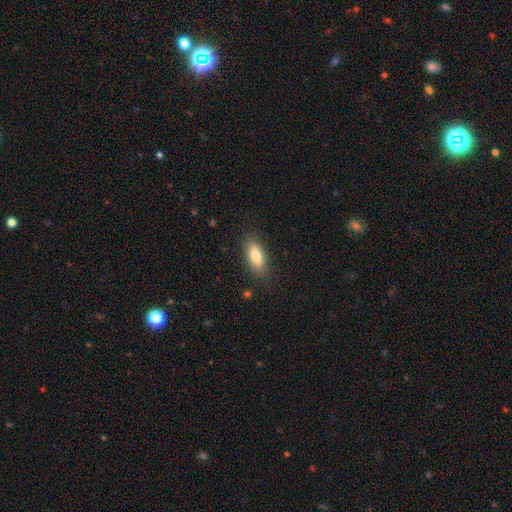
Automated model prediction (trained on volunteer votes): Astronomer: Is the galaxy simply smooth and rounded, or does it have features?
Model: smooth — 82%.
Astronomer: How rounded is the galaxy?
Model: in between — 75%.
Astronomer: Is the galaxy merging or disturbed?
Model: none — 84%.